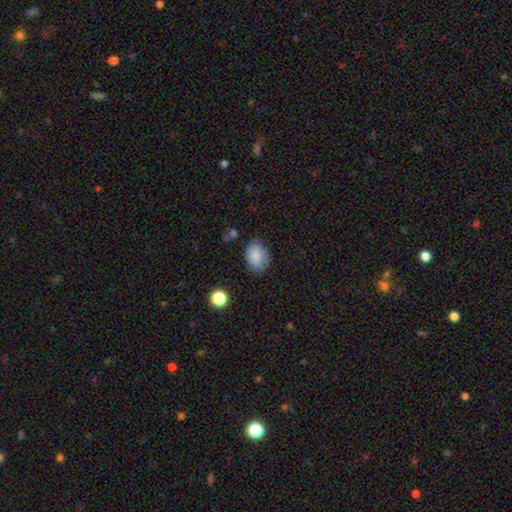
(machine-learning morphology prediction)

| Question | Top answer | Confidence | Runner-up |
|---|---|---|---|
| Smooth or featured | smooth | 83% | featured or disk (9%) |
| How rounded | in between | 79% | round (20%) |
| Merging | none | 72% | minor disturbance (21%) |